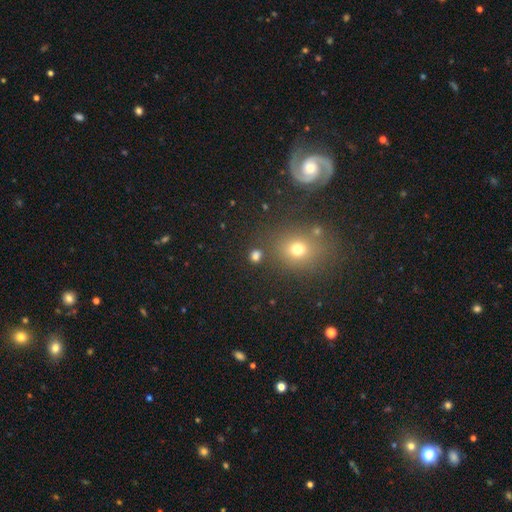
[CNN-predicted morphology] Overall: smooth (74%). How rounded: round (77%). Merging: none (80%).